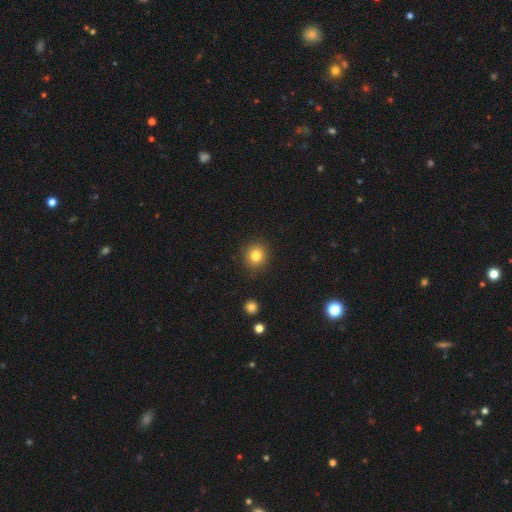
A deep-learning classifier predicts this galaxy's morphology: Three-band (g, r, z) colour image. It shows a smooth galaxy with no disk features (83%) that is round (90%). Merging: none (89%).